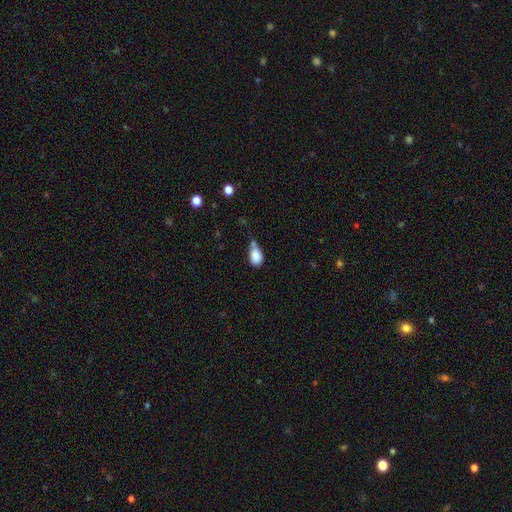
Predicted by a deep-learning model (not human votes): smooth 85%, star or artifact 9%, featured or disk 6%. Down the decision tree: how rounded — in between (75%); merging — none (37%).